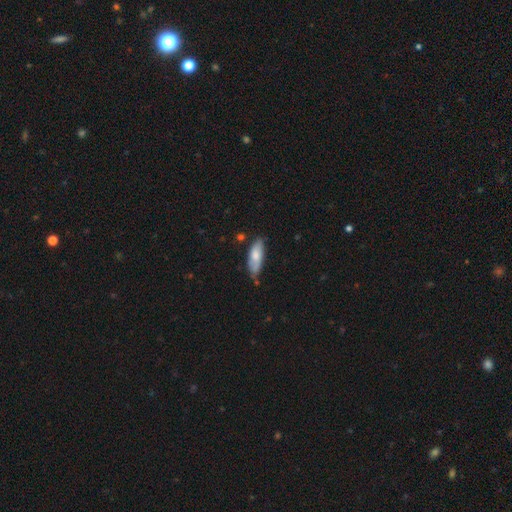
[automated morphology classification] A smooth galaxy with no disk features (70%) that is in between round and cigar-shaped (68%).

Vote fractions:
- Smooth or featured? smooth: 70% / featured or disk: 24% / star or artifact: 6%
- How rounded? in between: 68% / cigar-shaped: 30% / round: 2%
- Merging? none: 62% / minor disturbance: 28% / major disturbance: 5% / merger: 4%